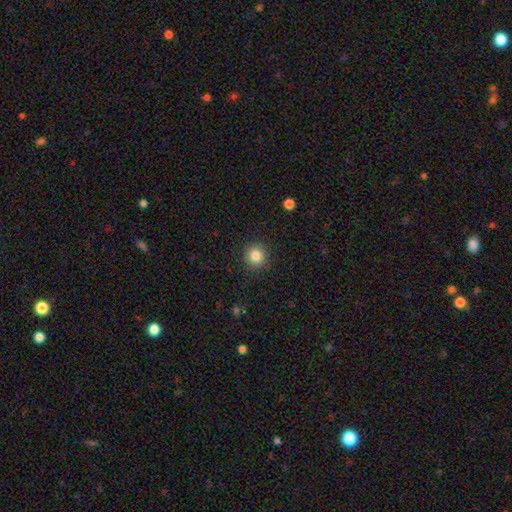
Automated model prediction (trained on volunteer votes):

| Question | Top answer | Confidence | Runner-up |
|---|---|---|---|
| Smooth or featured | smooth | 84% | star or artifact (11%) |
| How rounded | round | 93% | in between (6%) |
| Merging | none | 91% | minor disturbance (6%) |